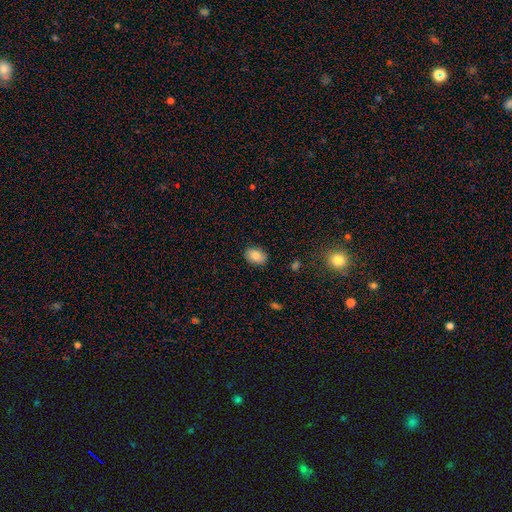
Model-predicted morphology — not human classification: Smooth or featured: smooth — 83% (featured or disk — 9%)
How rounded: in between — 79% (round — 20%)
Merging: none — 86% (minor disturbance — 10%)